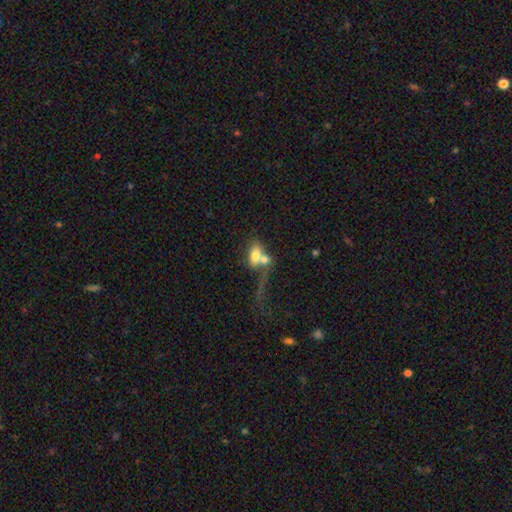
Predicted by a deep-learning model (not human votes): Overall: smooth (67%). How rounded: in between (82%). Merging: merger (60%).